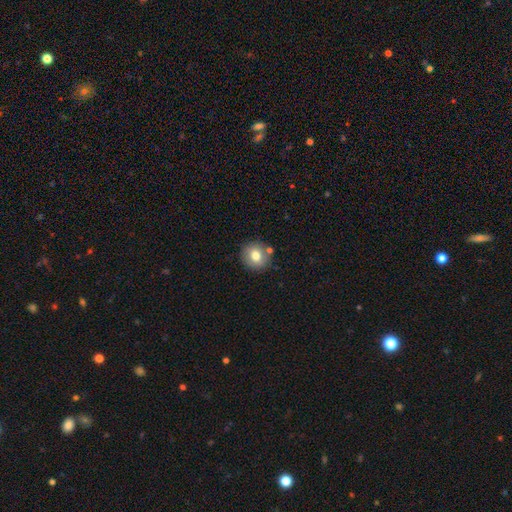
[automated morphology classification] Smooth or featured?
  - smooth: 76% *
  - featured or disk: 15%
  - star or artifact: 9%
How rounded?
  - round: 88% *
  - in between: 11%
  - cigar-shaped: 1%
Merging?
  - none: 81% *
  - minor disturbance: 10%
  - merger: 7%
  - major disturbance: 3%